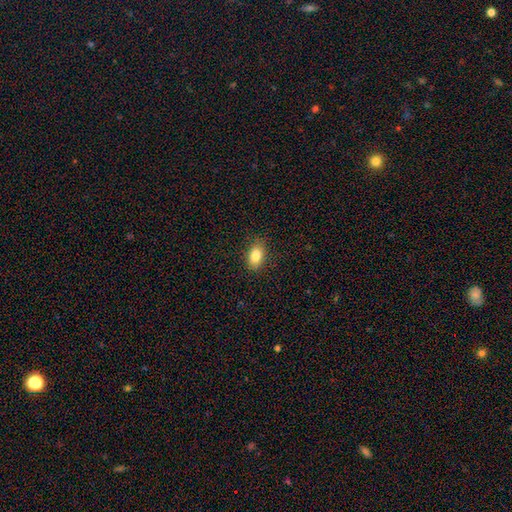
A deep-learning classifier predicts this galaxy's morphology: A smooth galaxy with no disk features (85%) that is in between round and cigar-shaped (87%). Merging: none (86%).